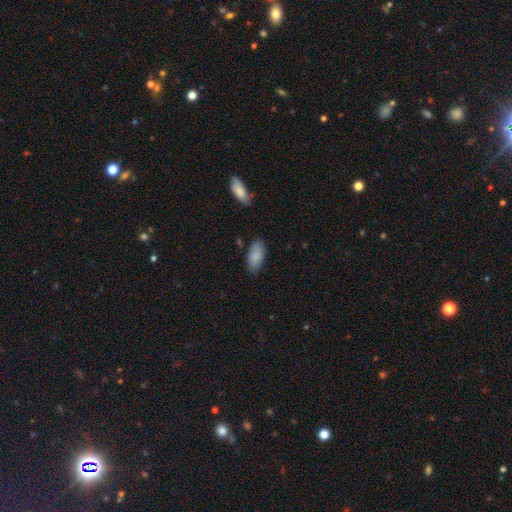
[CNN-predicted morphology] Smooth or featured? smooth (87%)
How rounded? in between (90%)
Merging? none (83%)